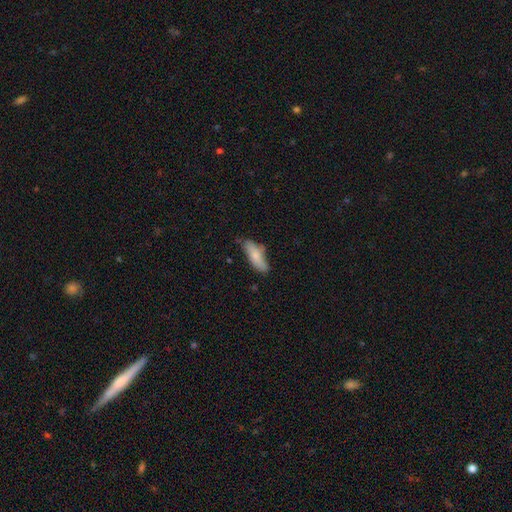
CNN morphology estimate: A smooth galaxy with no disk features (76%) that is in between round and cigar-shaped (64%). Merging: none (61%).